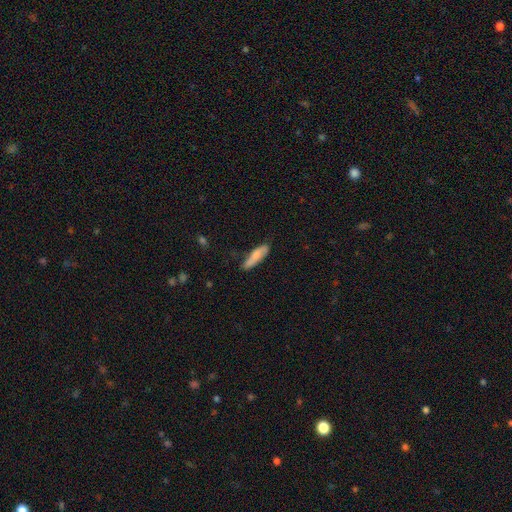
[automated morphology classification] Smooth or featured? smooth (74%)
How rounded? cigar-shaped (66%)
Merging? none (71%)